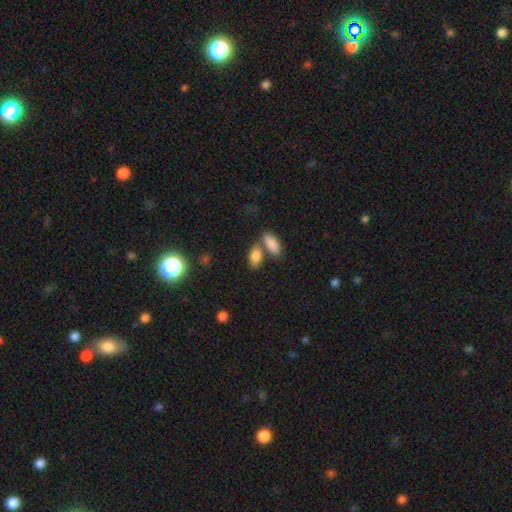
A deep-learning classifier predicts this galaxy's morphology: A smooth galaxy with no disk features (86%) that is in between round and cigar-shaped (90%). Merging: none (51%).